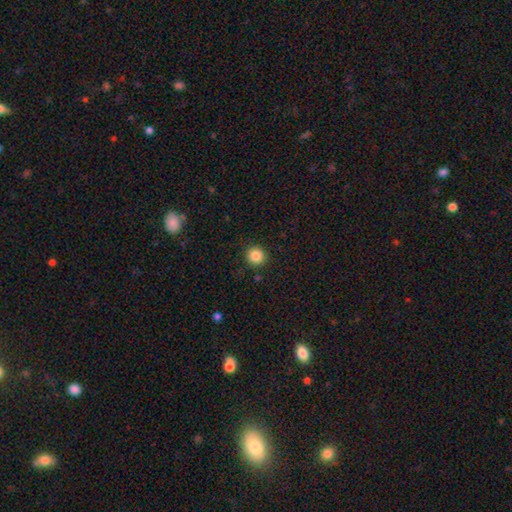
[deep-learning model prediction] A smooth galaxy with no disk features (85%) that is round (93%).

Vote fractions:
- Smooth or featured? smooth: 85% / star or artifact: 11% / featured or disk: 4%
- How rounded? round: 93% / in between: 6% / cigar-shaped: 1%
- Merging? none: 91% / minor disturbance: 6% / major disturbance: 2% / merger: 1%